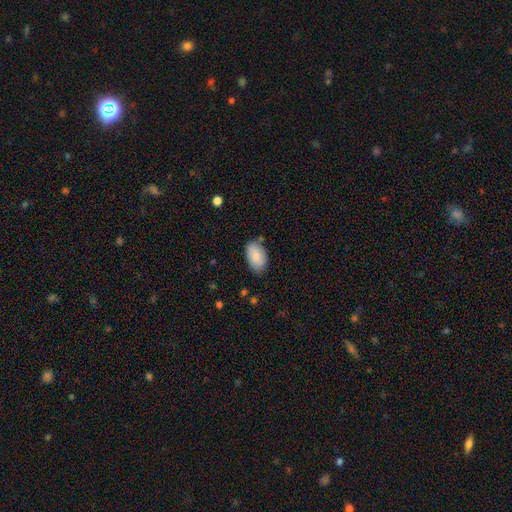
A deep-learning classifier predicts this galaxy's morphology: This appears to be a smooth galaxy with no disk features (86%) that is in between round and cigar-shaped (94%). Merging: none (76%).